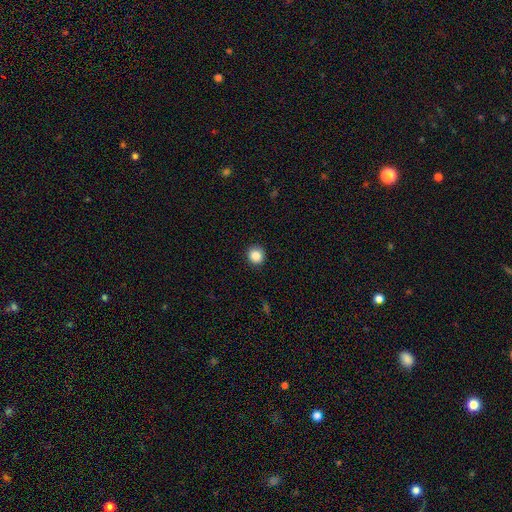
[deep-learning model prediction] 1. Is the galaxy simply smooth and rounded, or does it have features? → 86% smooth, 10% star or artifact, 4% featured or disk.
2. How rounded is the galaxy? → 91% round, 8% in between, 1% cigar-shaped.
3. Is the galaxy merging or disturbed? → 92% none, 5% minor disturbance, 2% major disturbance, 1% merger.